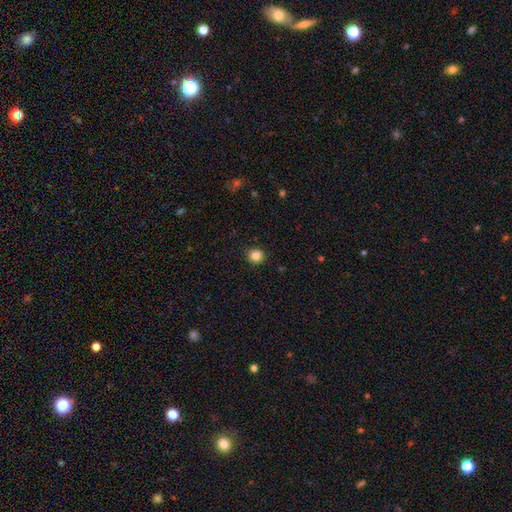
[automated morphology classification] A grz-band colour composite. It shows a smooth galaxy with no disk features (85%) that is round (90%). Merging: none (91%).